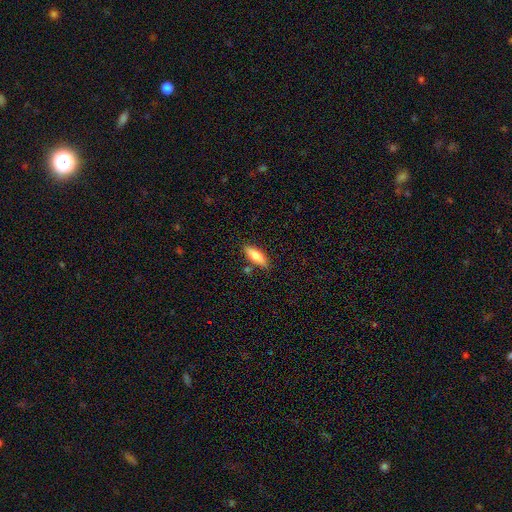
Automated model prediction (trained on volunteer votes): Overall: smooth (75%). How rounded: in between (60%; cigar-shaped 37%). Merging: none (81%).